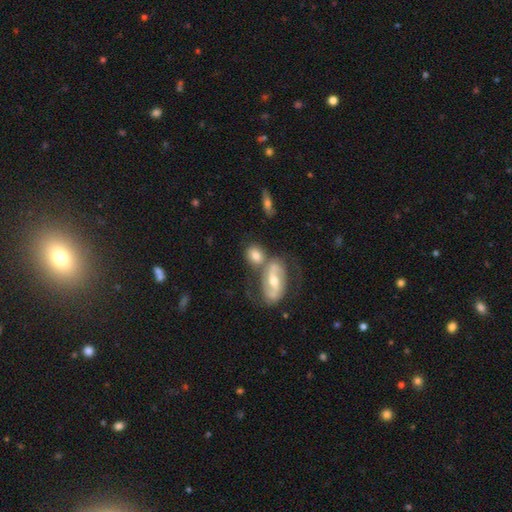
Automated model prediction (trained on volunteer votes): smooth_or_featured: smooth (p=0.54) [alt: featured or disk p=0.38]
how_rounded: in between (p=0.59) [alt: round p=0.37]
merging: none (p=0.47) [alt: merger p=0.33]